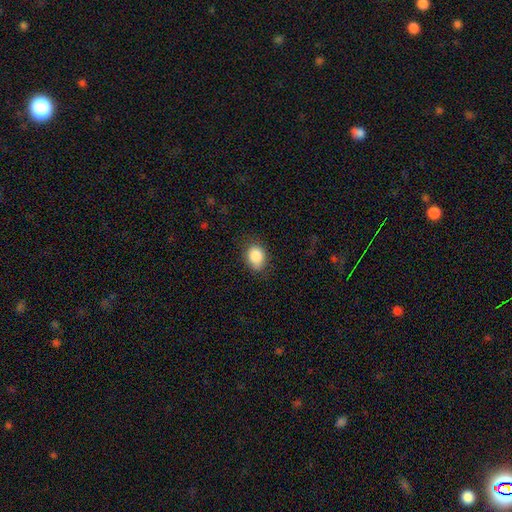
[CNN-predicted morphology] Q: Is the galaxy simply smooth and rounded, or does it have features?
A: smooth — 87%.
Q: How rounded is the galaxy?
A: in between — 63%.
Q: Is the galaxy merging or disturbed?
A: none — 79%.